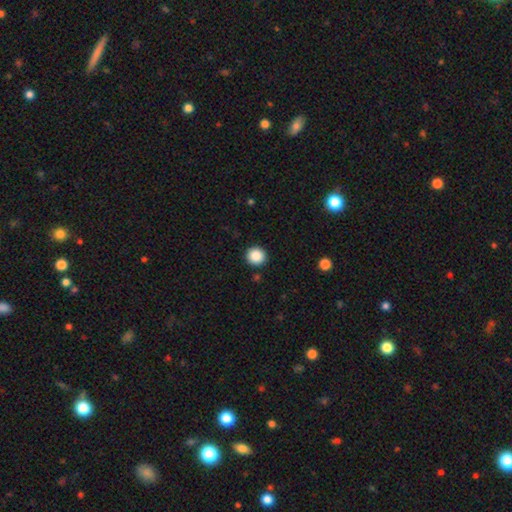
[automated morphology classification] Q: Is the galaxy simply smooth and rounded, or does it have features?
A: smooth — 88%.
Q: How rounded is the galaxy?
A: round — 94%.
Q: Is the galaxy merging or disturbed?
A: none — 92%.